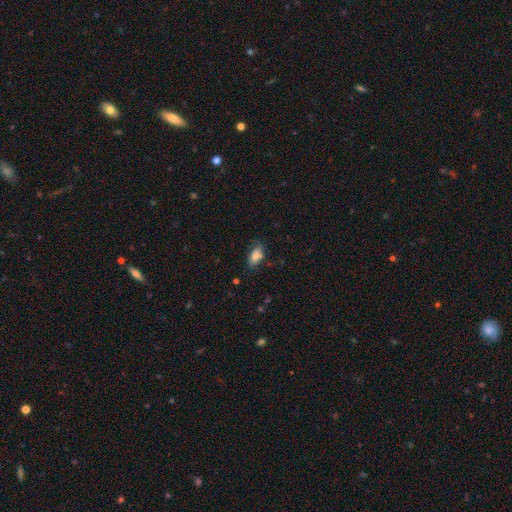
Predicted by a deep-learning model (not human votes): smooth 78%, featured or disk 13%, star or artifact 9%. Down the decision tree: how rounded — in between (86%); merging — none (71%).